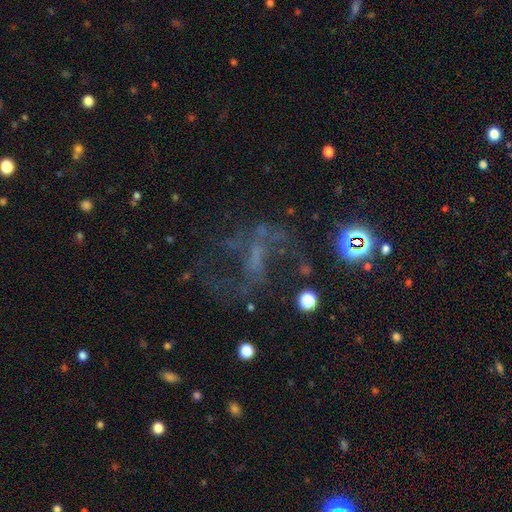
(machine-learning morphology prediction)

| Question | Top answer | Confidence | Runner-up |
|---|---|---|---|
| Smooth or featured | featured or disk | 53% | star or artifact (31%) |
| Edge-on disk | no | 96% | yes (4%) |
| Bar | no | 54% | weak (30%) |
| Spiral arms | yes | 51% | no (49%) |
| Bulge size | none | 64% | small (20%) |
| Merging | none | 47% | major disturbance (32%) |